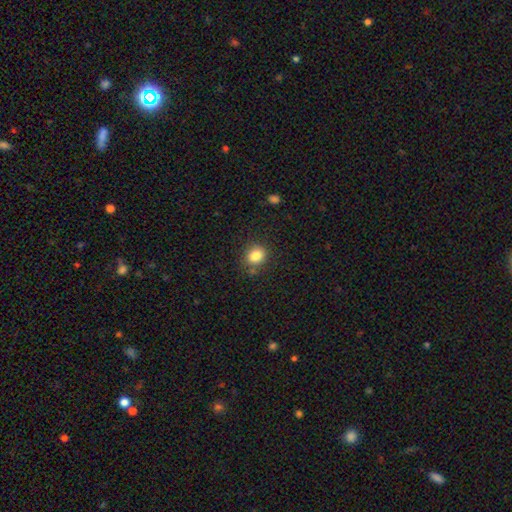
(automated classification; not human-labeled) Morphology: type=smooth (83%); roundness=round (68%); merging=none (79%).